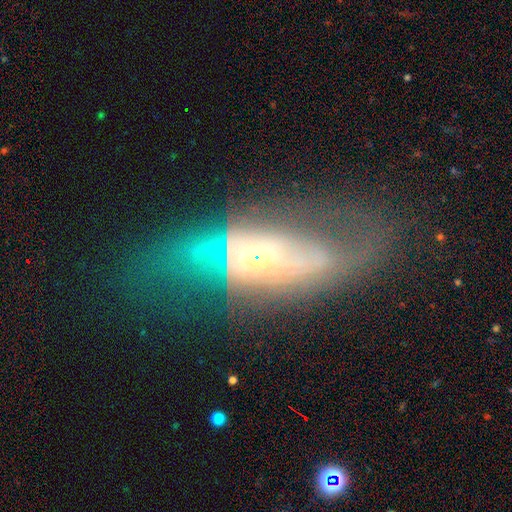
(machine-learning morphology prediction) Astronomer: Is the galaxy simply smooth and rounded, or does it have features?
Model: featured or disk — 64%.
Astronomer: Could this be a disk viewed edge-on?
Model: no — 82%.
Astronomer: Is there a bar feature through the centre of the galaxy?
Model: no — 72%.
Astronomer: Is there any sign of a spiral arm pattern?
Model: no — 58% (runner-up: yes, 42%).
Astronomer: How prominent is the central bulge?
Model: moderate — 46% (runner-up: small, 39%).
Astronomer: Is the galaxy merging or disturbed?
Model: major disturbance — 48% (runner-up: none, 26%).